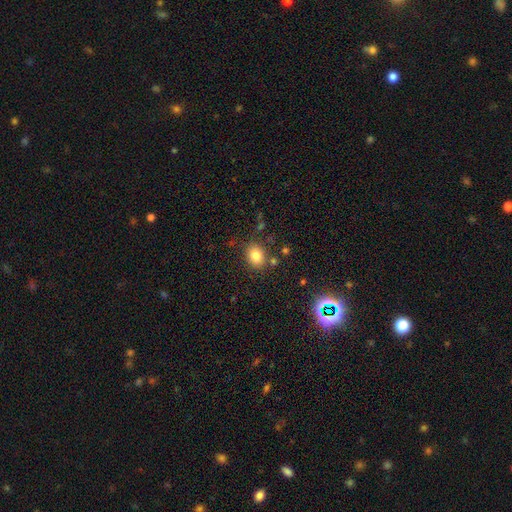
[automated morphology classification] A smooth galaxy with no disk features (82%) that is in between round and cigar-shaped (51%).

Vote fractions:
- Smooth or featured? smooth: 82% / star or artifact: 11% / featured or disk: 7%
- How rounded? in between: 51% / round: 48% / cigar-shaped: 1%
- Merging? none: 81% / minor disturbance: 11% / merger: 5% / major disturbance: 3%